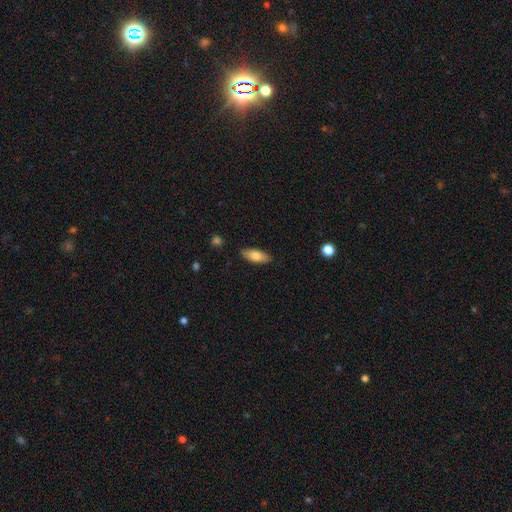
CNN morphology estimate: The model was most divided on "how rounded": in between: 75%, cigar-shaped: 23%, round: 2%. More confident: merging — none (85%); smooth or featured — smooth (77%).